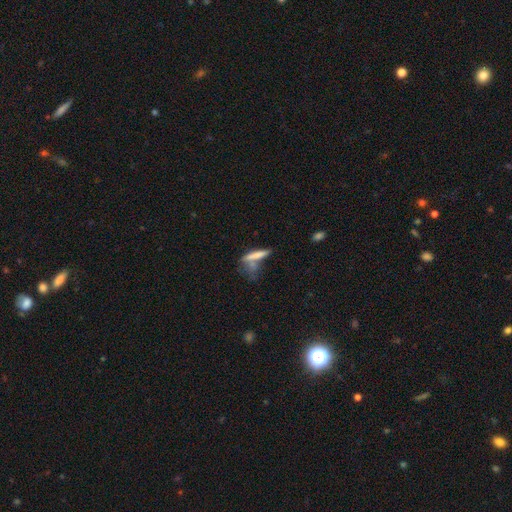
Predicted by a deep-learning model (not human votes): A smooth galaxy with no disk features (64%) that is cigar-shaped (79%).

Vote fractions:
- Smooth or featured? smooth: 64% / featured or disk: 26% / star or artifact: 10%
- How rounded? cigar-shaped: 79% / in between: 18% / round: 3%
- Merging? none: 37% / merger: 29% / minor disturbance: 17% / major disturbance: 17%